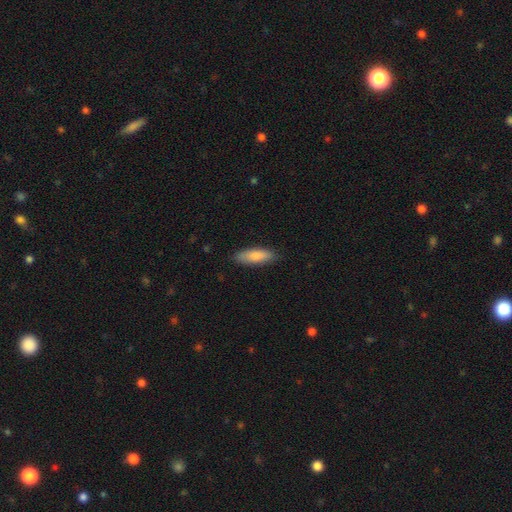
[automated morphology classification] Smooth or featured? smooth (79%)
How rounded? cigar-shaped (52%)
Merging? none (87%)